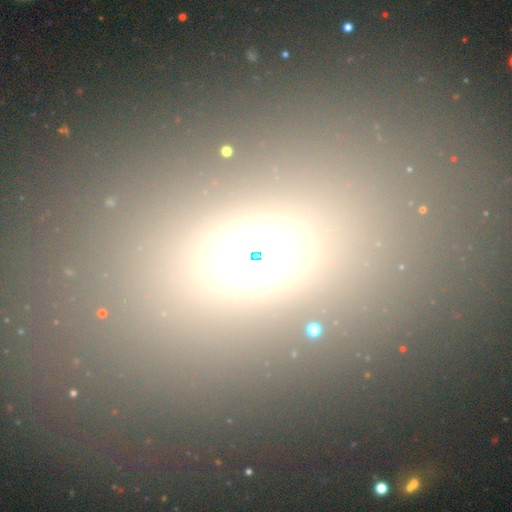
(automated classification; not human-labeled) Smooth or featured: smooth — 59% (star or artifact — 27%)
How rounded: in between — 68% (round — 28%)
Merging: none — 74% (minor disturbance — 11%)